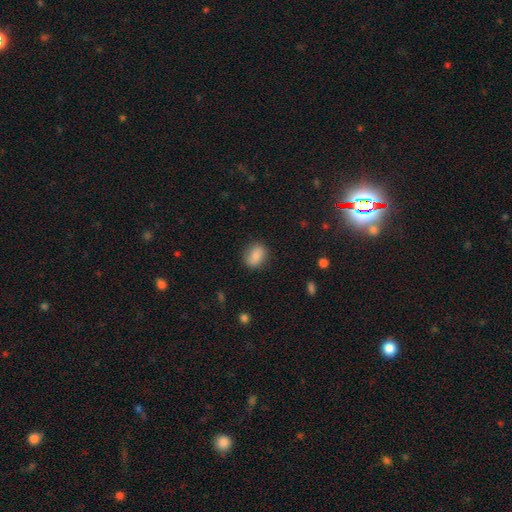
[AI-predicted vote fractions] Smooth or featured?
  - smooth: 84% *
  - featured or disk: 8%
  - star or artifact: 8%
How rounded?
  - in between: 63% *
  - round: 35%
  - cigar-shaped: 2%
Merging?
  - none: 82% *
  - minor disturbance: 13%
  - major disturbance: 4%
  - merger: 1%